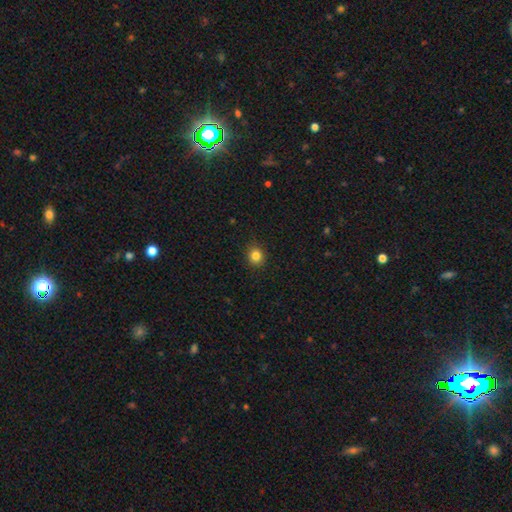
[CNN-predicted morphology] Smooth or featured?
  - smooth: 83% *
  - star or artifact: 12%
  - featured or disk: 5%
How rounded?
  - round: 85% *
  - in between: 14%
  - cigar-shaped: 1%
Merging?
  - none: 90% *
  - minor disturbance: 7%
  - major disturbance: 2%
  - merger: 1%